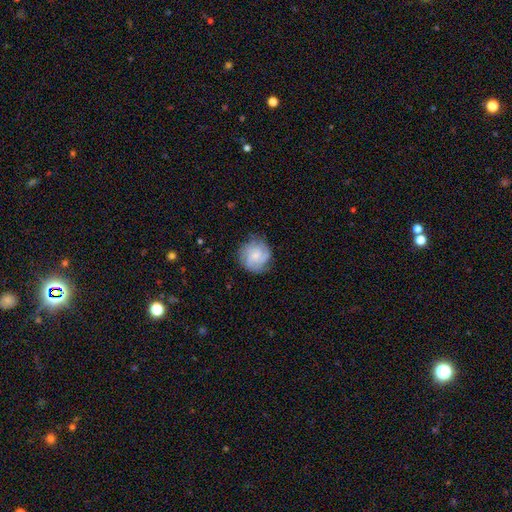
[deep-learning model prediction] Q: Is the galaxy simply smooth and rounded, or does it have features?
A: featured or disk — 62%.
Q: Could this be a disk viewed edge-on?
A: no — 98%.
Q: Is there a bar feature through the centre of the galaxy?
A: no — 68%.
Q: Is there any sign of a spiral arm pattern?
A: yes — 93%.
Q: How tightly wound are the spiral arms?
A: tight — 53%.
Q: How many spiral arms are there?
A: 3 — 35%.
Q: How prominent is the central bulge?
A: small — 58%.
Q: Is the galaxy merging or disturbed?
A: none — 80%.